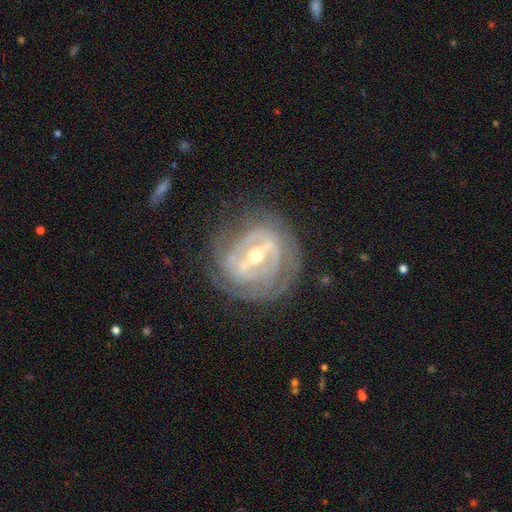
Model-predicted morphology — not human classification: A featured or disk galaxy (87%) with a strong bar (65%), tight (70%) spiral arms (81%) and a moderate central bulge (56%). Merging: none (74%).